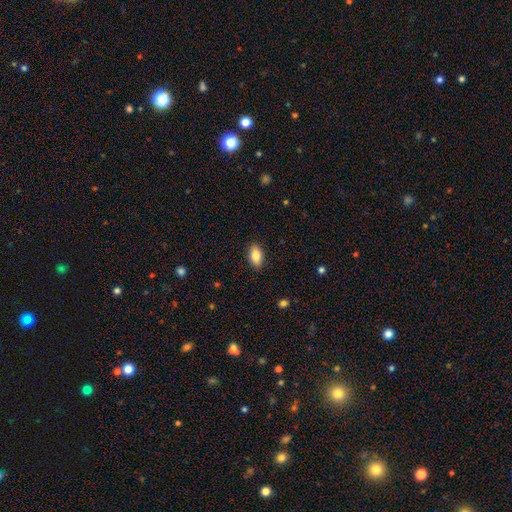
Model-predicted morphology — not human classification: Smooth or featured? Predicted: smooth (p=0.83). How rounded? Predicted: in between (p=0.91). Merging? Predicted: none (p=0.88).